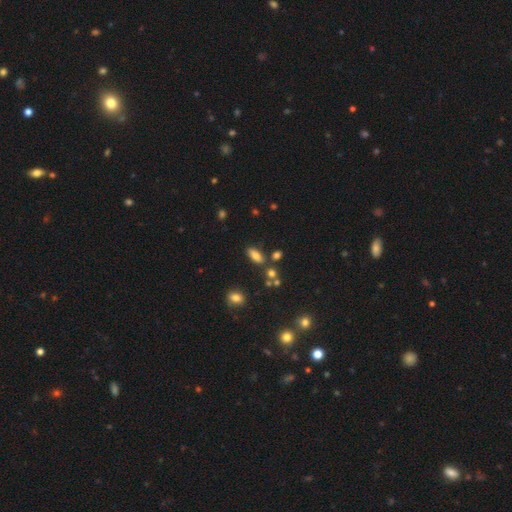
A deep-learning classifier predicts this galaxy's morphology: smooth 79%, star or artifact 12%, featured or disk 10%. Down the decision tree: how rounded — in between (81%); merging — none (73%).